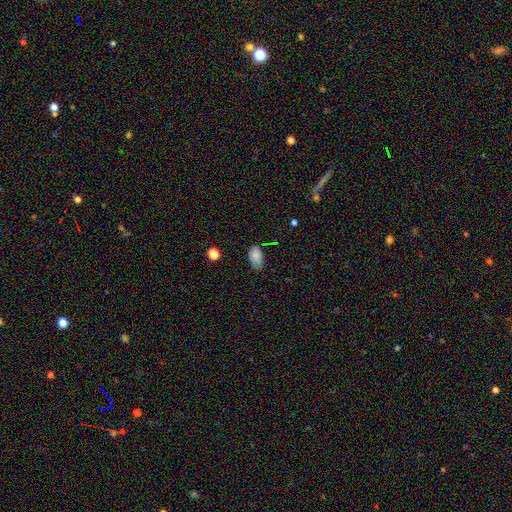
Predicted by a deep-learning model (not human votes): This appears to be a smooth galaxy with no disk features (83%) that is in between round and cigar-shaped (92%). Merging: none (67%).